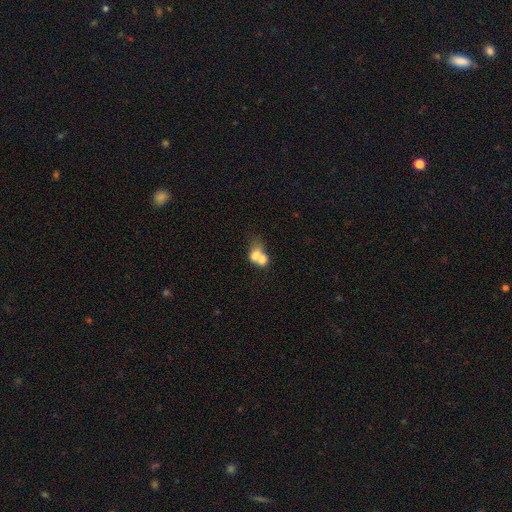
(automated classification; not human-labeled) This is likely a smooth galaxy (65%). How rounded: possibly in between (52%). Merging: likely merger (73%).